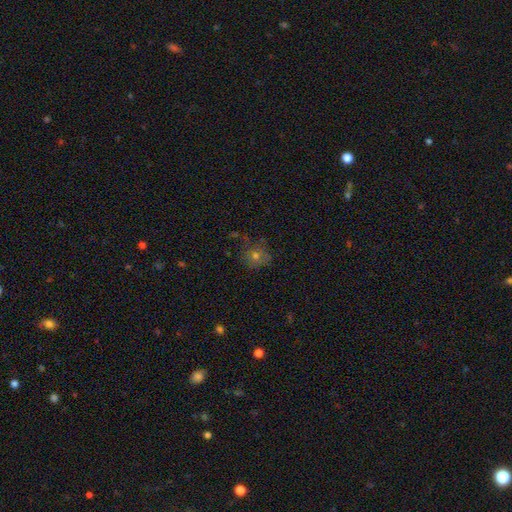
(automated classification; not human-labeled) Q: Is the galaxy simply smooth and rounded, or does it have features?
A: smooth — 59%.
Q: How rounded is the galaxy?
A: round — 82%.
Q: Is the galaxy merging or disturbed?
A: none — 68%.